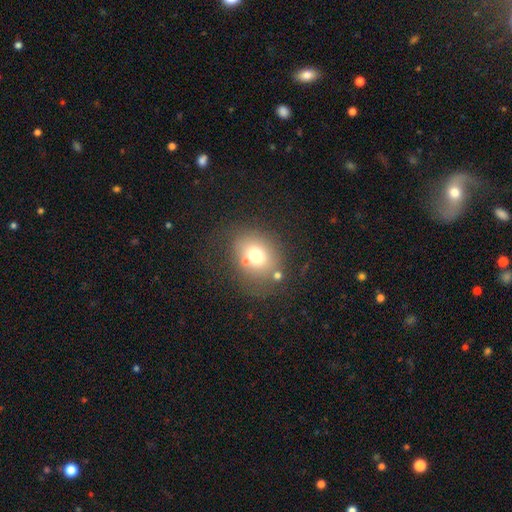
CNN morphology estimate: A smooth galaxy with no disk features (70%) that is round (55%).

Vote fractions:
- Smooth or featured? smooth: 70% / featured or disk: 17% / star or artifact: 14%
- How rounded? round: 55% / in between: 45% / cigar-shaped: 1%
- Merging? none: 65% / minor disturbance: 16% / merger: 10% / major disturbance: 9%